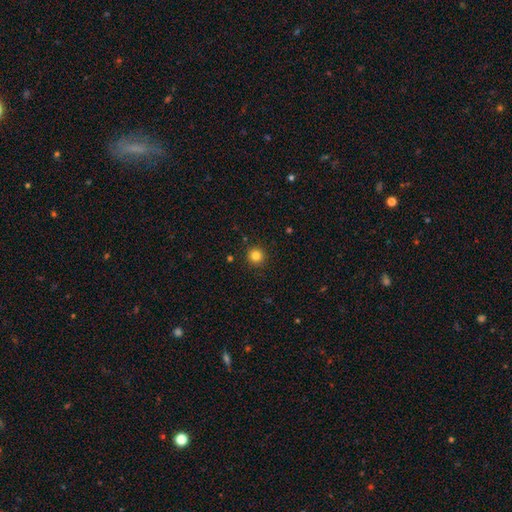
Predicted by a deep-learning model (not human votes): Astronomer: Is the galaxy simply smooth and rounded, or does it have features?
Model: smooth — 83%.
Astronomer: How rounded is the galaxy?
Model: round — 94%.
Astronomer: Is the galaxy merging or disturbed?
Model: none — 92%.